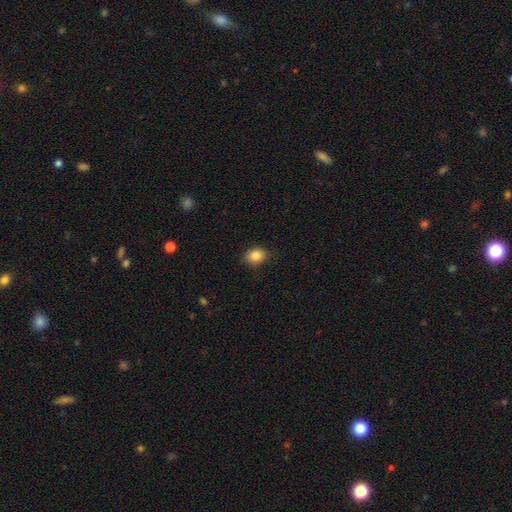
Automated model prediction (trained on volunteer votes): Smooth or featured: smooth — 85% (star or artifact — 9%)
How rounded: in between — 60% (round — 39%)
Merging: none — 85% (minor disturbance — 12%)